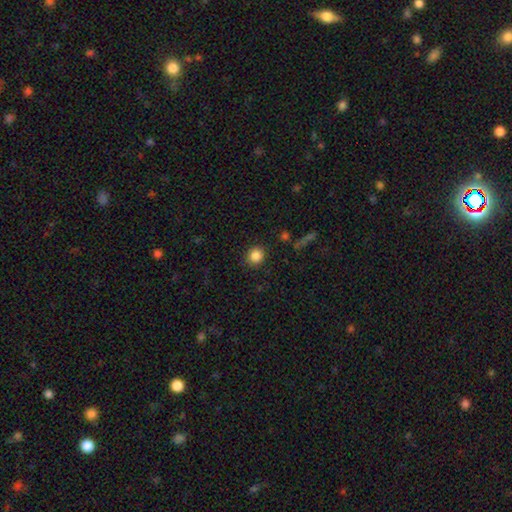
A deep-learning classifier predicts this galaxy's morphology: This appears to be a smooth galaxy with no disk features (85%) that is round (85%). Merging: none (87%).